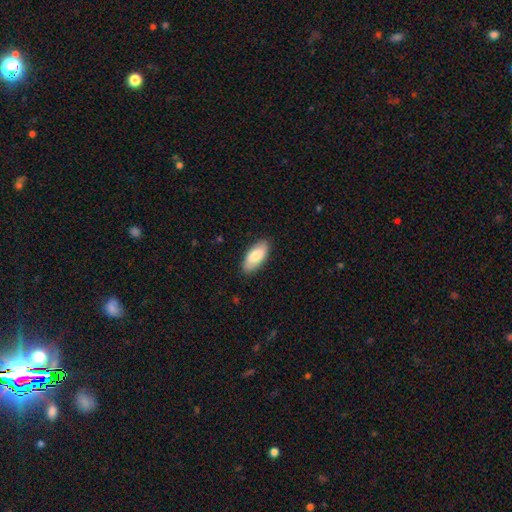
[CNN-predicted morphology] smooth-or-featured: smooth: 77% | featured or disk: 17% | star or artifact: 5%
  how-rounded: in between: 88% | cigar-shaped: 10% | round: 2%
  merging: none: 86% | minor disturbance: 11% | major disturbance: 2% | merger: 1%